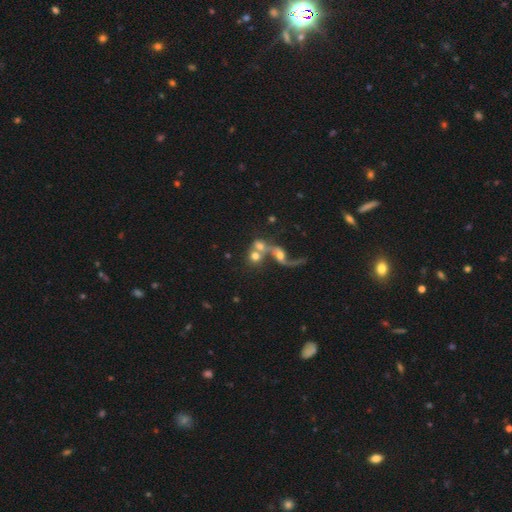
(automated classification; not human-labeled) smooth 54%, featured or disk 34%, star or artifact 11%. Down the decision tree: how rounded — round (73%); merging — merger (55%).